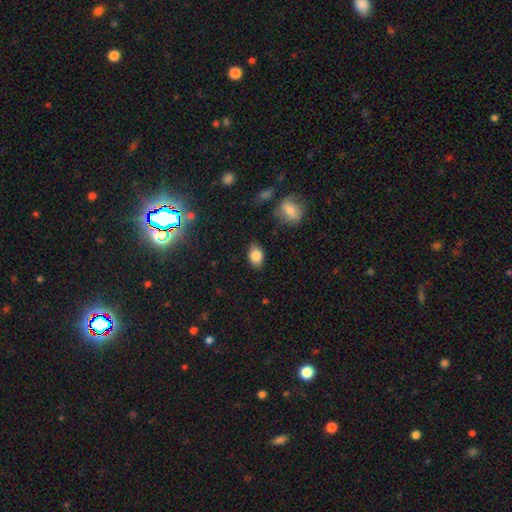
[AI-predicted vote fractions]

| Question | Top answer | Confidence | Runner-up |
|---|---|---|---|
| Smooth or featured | smooth | 84% | star or artifact (8%) |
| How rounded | in between | 83% | round (15%) |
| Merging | none | 83% | minor disturbance (13%) |